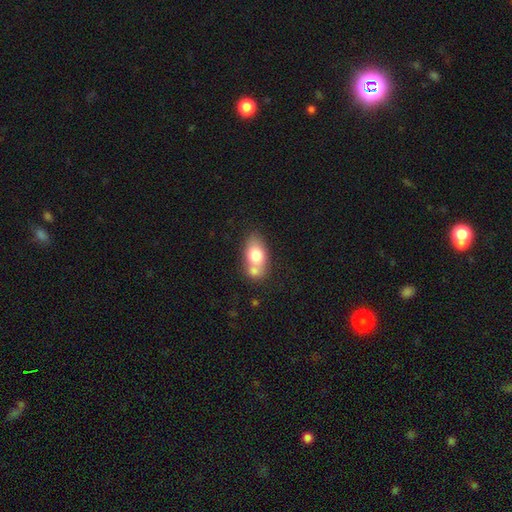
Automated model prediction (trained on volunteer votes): This appears to be a smooth galaxy with no disk features (73%) that is in between round and cigar-shaped (84%). Merging: merger (44%).